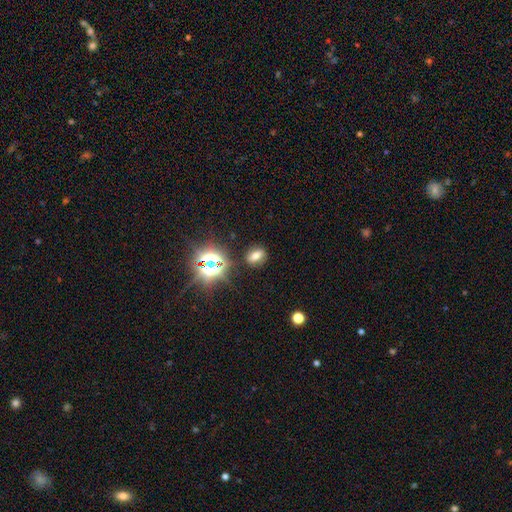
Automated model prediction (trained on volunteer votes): The model was most divided on "how rounded": in between: 64%, round: 33%, cigar-shaped: 3%. More confident: merging — none (84%); smooth or featured — smooth (59%).